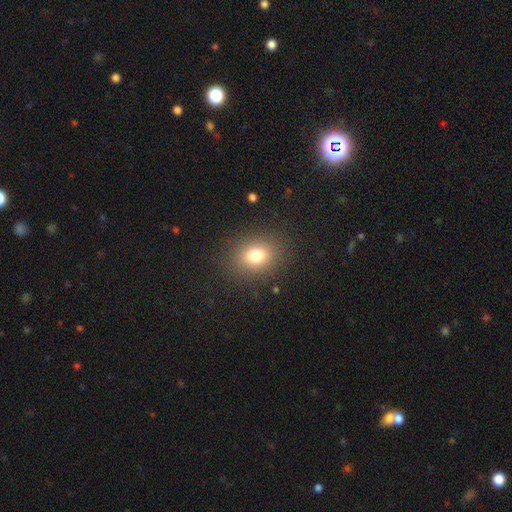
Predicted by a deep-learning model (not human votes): This appears to be a smooth galaxy with no disk features (78%) that is in between round and cigar-shaped (52%). Merging: none (87%).